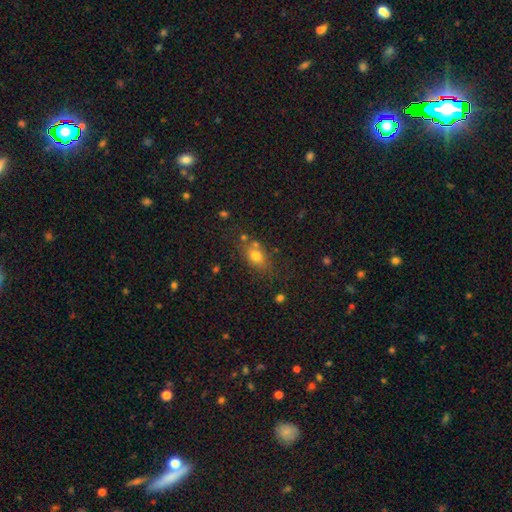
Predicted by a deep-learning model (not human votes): smooth 74%, star or artifact 13%, featured or disk 13%. Down the decision tree: how rounded — in between (64%); merging — none (66%).